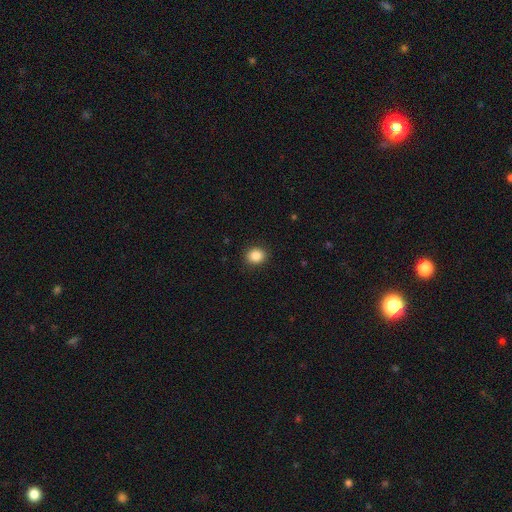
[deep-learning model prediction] smooth 87%, star or artifact 9%, featured or disk 4%. Down the decision tree: how rounded — round (70%); merging — none (90%).